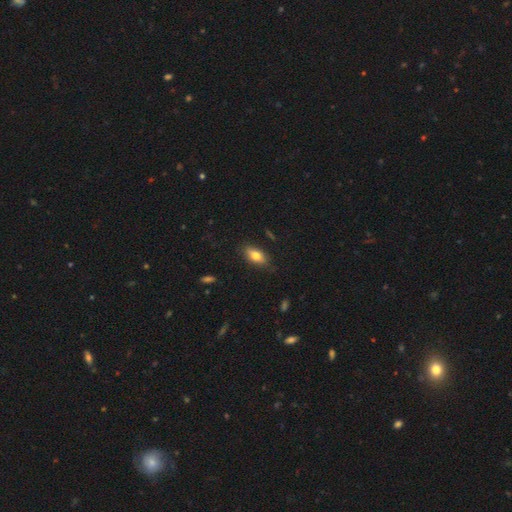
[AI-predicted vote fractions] smooth 72%, featured or disk 20%, star or artifact 8%. Down the decision tree: how rounded — in between (82%); merging — none (83%).